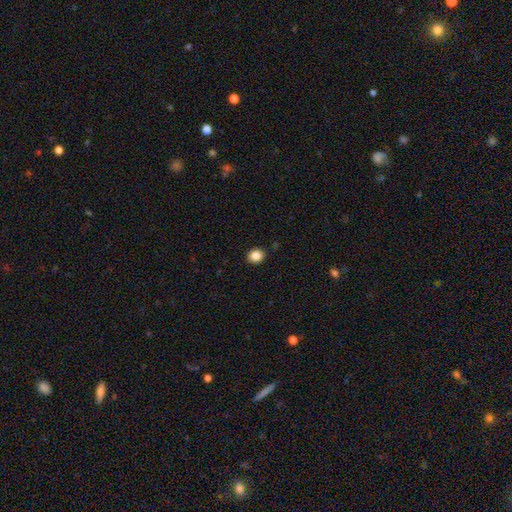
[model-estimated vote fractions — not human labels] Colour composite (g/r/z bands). It shows a smooth galaxy with no disk features (87%) that is round (72%). Merging: none (90%).